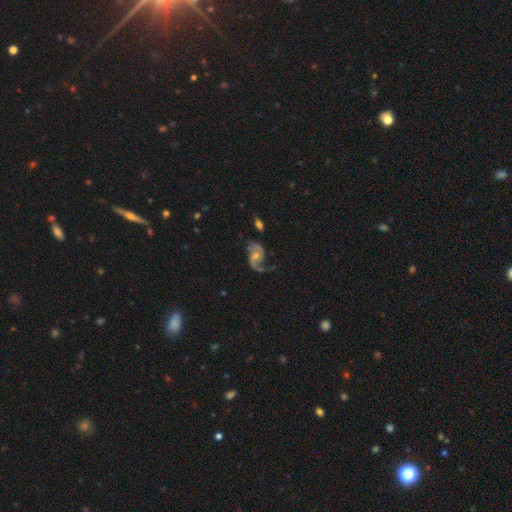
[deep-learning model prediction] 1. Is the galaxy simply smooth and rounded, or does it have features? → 86% featured or disk, 8% smooth, 6% star or artifact.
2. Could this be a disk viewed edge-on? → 97% no, 3% yes.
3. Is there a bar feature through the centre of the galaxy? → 60% no, 32% weak, 8% strong.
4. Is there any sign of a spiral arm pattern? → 96% yes, 4% no.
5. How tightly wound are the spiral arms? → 45% medium, 39% loose, 16% tight.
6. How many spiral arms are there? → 83% 2, 11% 1, 3% can't tell, 1% 3, 1% 4, 1% more than 4.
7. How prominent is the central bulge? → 56% moderate, 38% small, 3% large, 2% none, 1% dominant.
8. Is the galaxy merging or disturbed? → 58% none, 21% minor disturbance, 17% major disturbance, 3% merger.